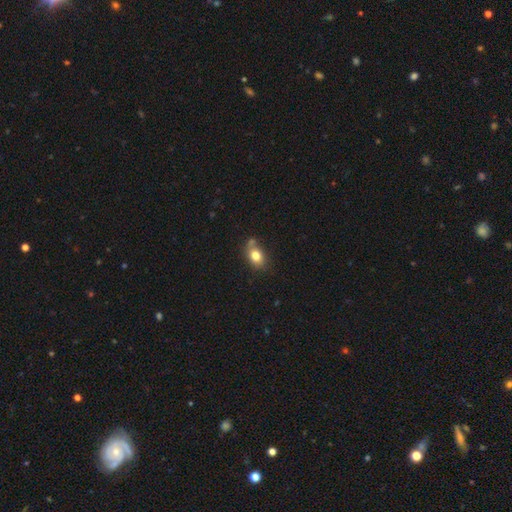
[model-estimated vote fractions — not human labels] This appears to be a smooth galaxy with no disk features (79%) that is in between round and cigar-shaped (65%). Merging: none (59%).